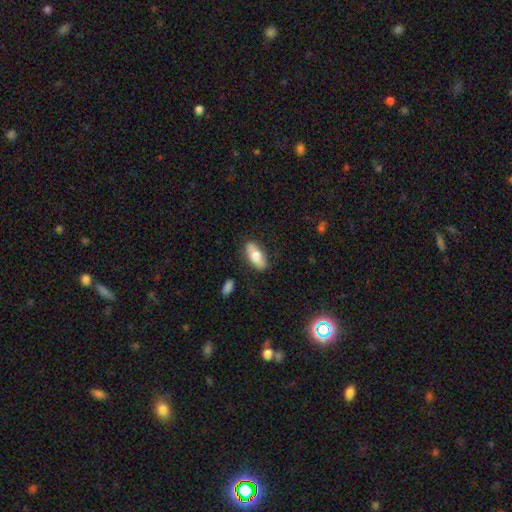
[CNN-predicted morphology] A smooth galaxy with no disk features (66%) that is in between round and cigar-shaped (81%).

Vote fractions:
- Smooth or featured? smooth: 66% / featured or disk: 28% / star or artifact: 6%
- How rounded? in between: 81% / cigar-shaped: 15% / round: 3%
- Merging? none: 83% / minor disturbance: 12% / major disturbance: 3% / merger: 2%